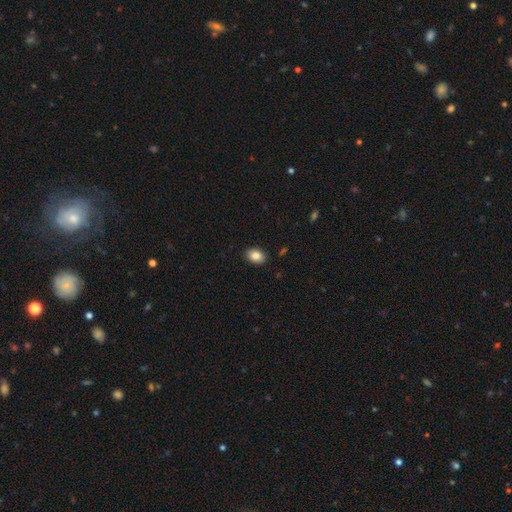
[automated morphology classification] A smooth galaxy with no disk features (85%) that is in between round and cigar-shaped (80%). Merging: none (89%).